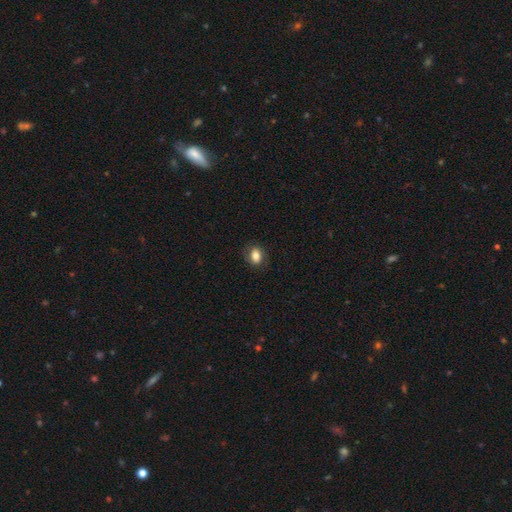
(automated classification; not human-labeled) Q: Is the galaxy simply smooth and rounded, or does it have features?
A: smooth — 80%.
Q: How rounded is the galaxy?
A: in between — 70%.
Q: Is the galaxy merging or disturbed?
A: none — 82%.